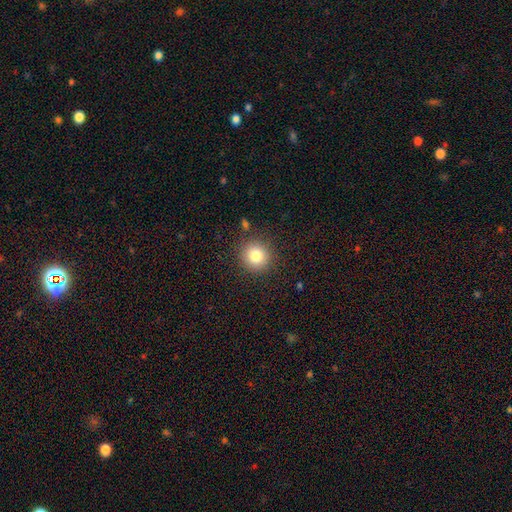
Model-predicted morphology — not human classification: smooth_or_featured: smooth (p=0.82) [alt: star or artifact p=0.11]
how_rounded: round (p=0.92) [alt: in between p=0.07]
merging: none (p=0.87) [alt: minor disturbance p=0.08]